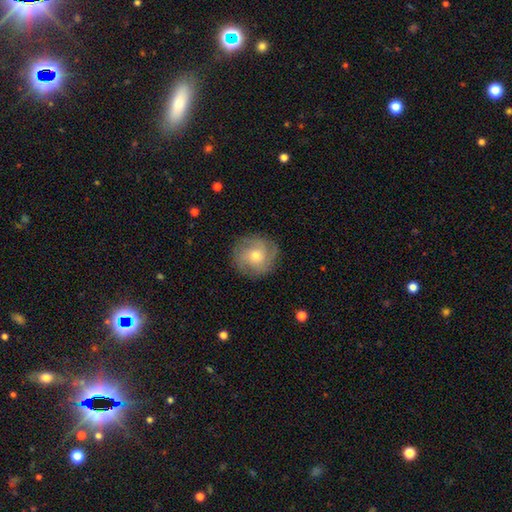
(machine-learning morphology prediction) This appears to be a featured or disk galaxy (59%) with no bar (79%), spiral arms (87%) and a moderate central bulge (53%). Merging: none (84%).